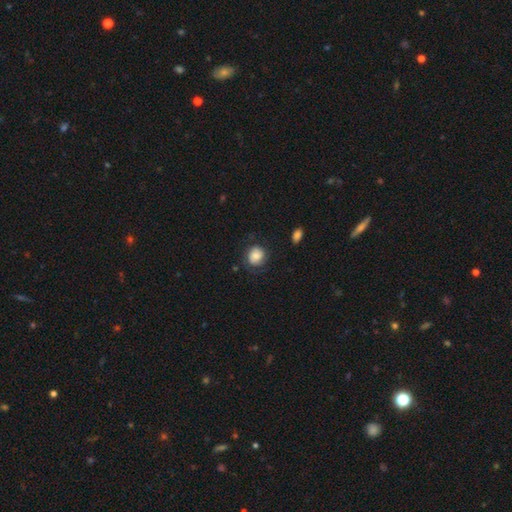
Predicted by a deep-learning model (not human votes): Q: Smooth or featured?
A: smooth (68%); runner-up: featured or disk (24%)
Q: How rounded?
A: round (74%); runner-up: in between (26%)
Q: Merging?
A: none (68%); runner-up: minor disturbance (21%)